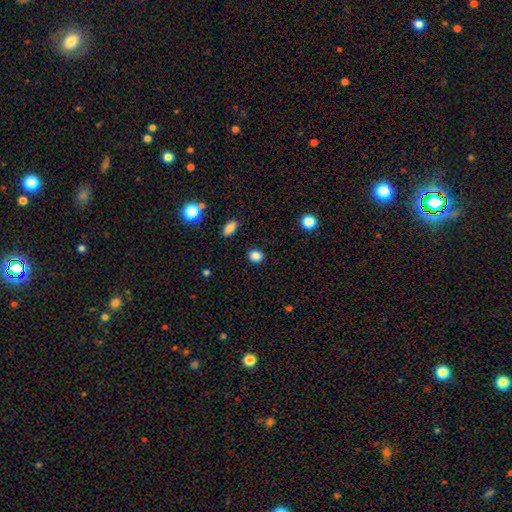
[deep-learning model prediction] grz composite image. It shows a smooth galaxy with no disk features (86%) that is round (72%). Merging: none (89%).